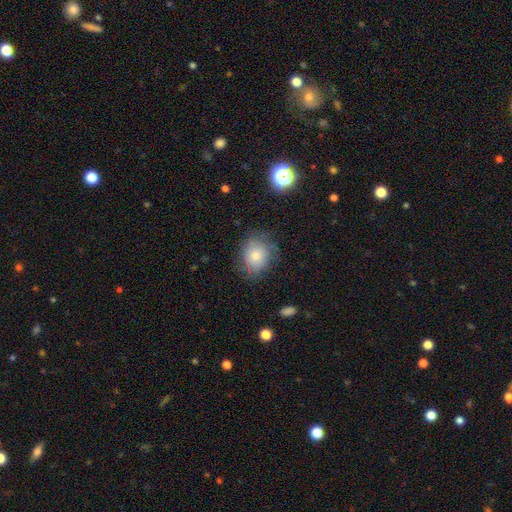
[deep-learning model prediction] Overall: smooth (72%). How rounded: round (57%; in between 42%). Merging: none (67%).